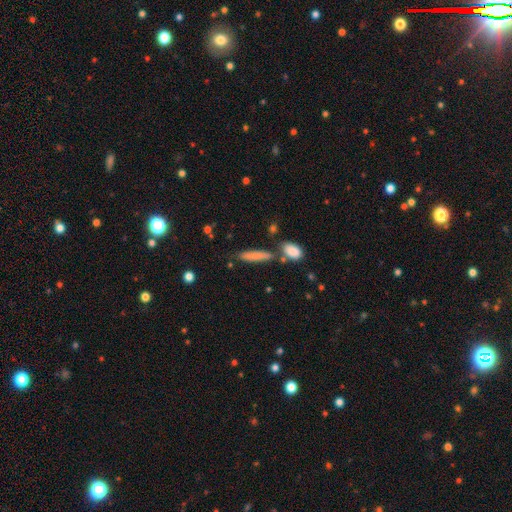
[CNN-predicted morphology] Smooth or featured? Predicted: smooth (p=0.80). How rounded? Predicted: cigar-shaped (p=0.80). Merging? Predicted: none (p=0.72).